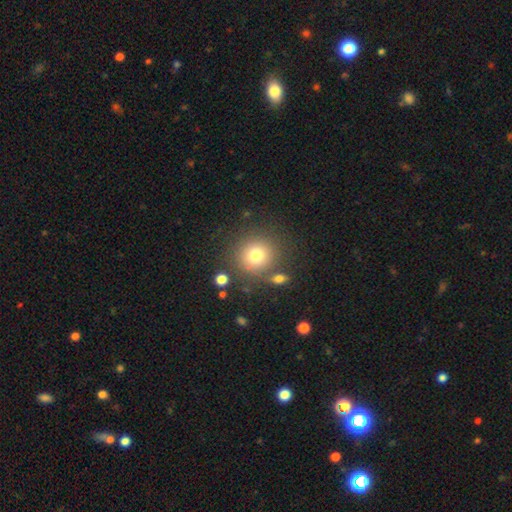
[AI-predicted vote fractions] A smooth galaxy with no disk features (76%) that is round (90%). Merging: none (77%).